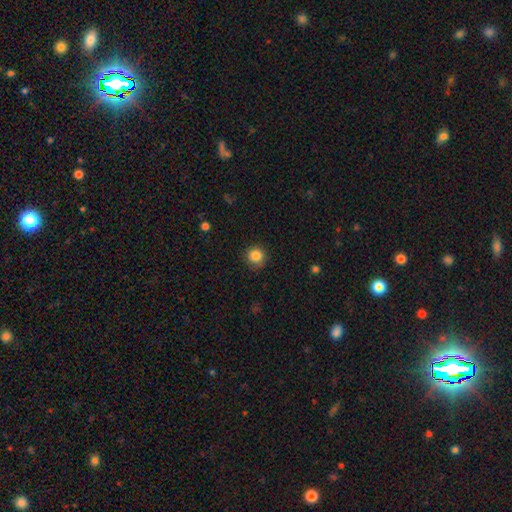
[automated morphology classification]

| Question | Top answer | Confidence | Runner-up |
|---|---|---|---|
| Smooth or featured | smooth | 85% | star or artifact (11%) |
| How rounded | round | 93% | in between (6%) |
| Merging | none | 87% | minor disturbance (9%) |